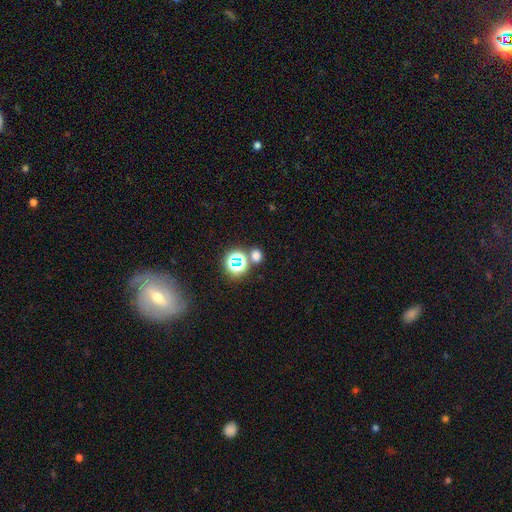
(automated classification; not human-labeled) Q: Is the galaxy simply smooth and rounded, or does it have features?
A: smooth — 61%.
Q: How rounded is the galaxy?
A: round — 63%.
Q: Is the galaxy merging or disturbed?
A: none — 71%.